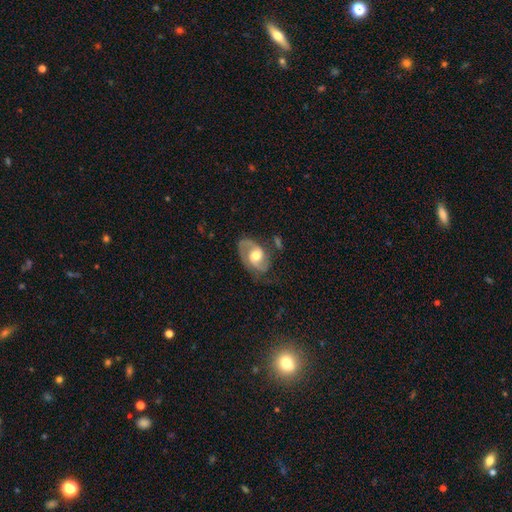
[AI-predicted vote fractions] Smooth or featured? featured or disk (77%)
Edge-on disk? no (97%)
Bar? no (61%)
Spiral arms? yes (91%)
Spiral winding? medium (48%)
Spiral arm count? 2 (80%)
Bulge size? moderate (70%)
Merging? none (58%)